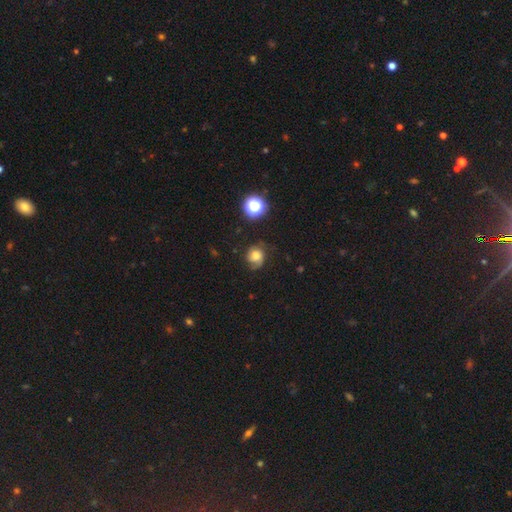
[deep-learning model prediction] Smooth or featured?
  - smooth: 55% *
  - featured or disk: 31%
  - star or artifact: 14%
How rounded?
  - round: 76% *
  - in between: 24%
  - cigar-shaped: 1%
Merging?
  - none: 64% *
  - minor disturbance: 25%
  - major disturbance: 10%
  - merger: 2%